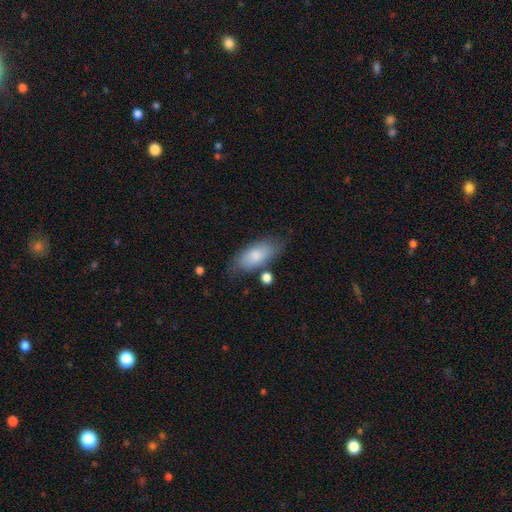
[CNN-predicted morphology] Smooth or featured? Predicted: smooth (p=0.80). How rounded? Predicted: in between (p=0.87). Merging? Predicted: none (p=0.70).